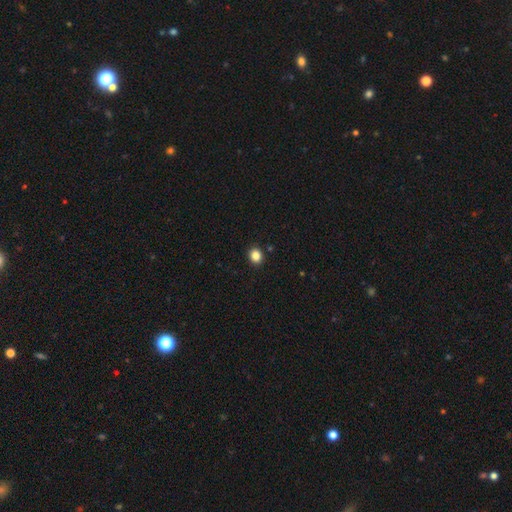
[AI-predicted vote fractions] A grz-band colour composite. It shows a smooth galaxy with no disk features (85%) that is round (67%). Merging: none (91%).